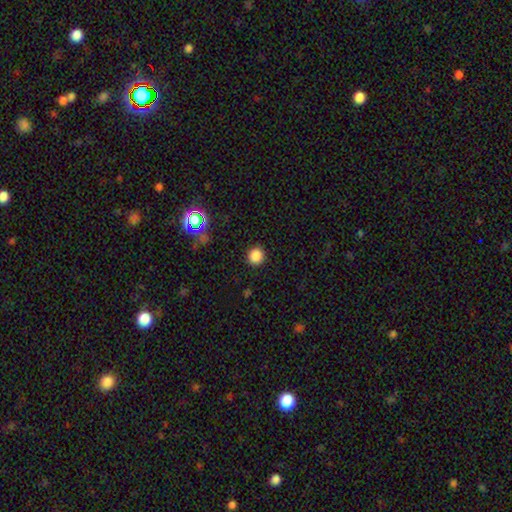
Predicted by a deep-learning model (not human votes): Smooth or featured? smooth (84%)
How rounded? round (91%)
Merging? none (91%)